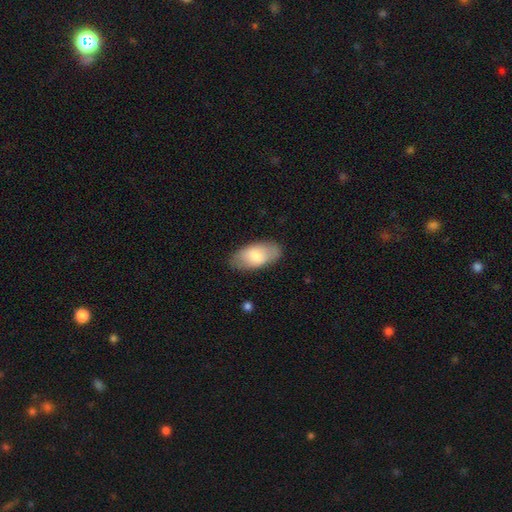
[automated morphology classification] smooth 79%, featured or disk 15%, star or artifact 6%. Down the decision tree: how rounded — in between (94%); merging — none (82%).